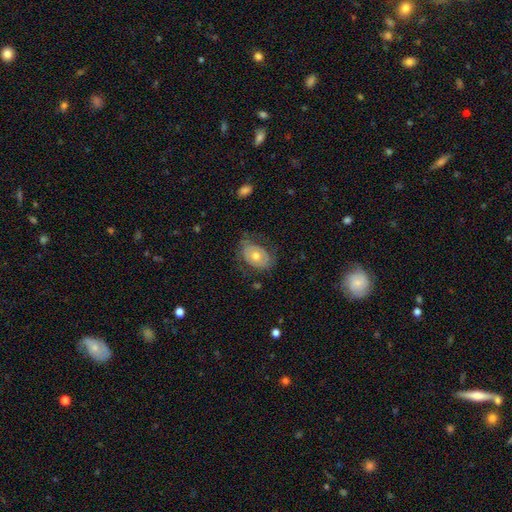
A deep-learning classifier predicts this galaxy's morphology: featured or disk 49%, smooth 44%, star or artifact 6%. Down the decision tree: merging — none (58%).